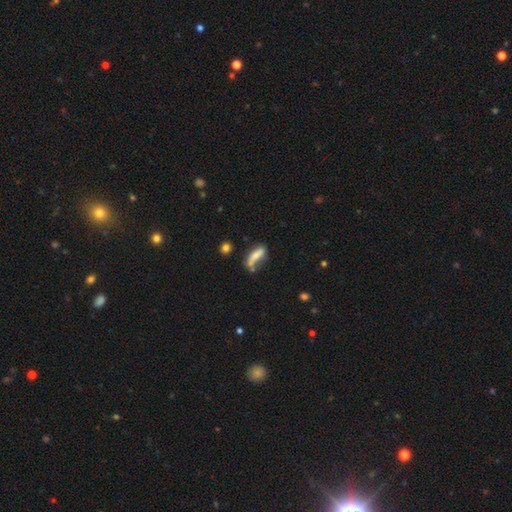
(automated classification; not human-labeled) Q: Smooth or featured?
A: smooth (66%); runner-up: featured or disk (26%)
Q: How rounded?
A: in between (50%); runner-up: cigar-shaped (47%)
Q: Merging?
A: none (41%); runner-up: minor disturbance (26%)